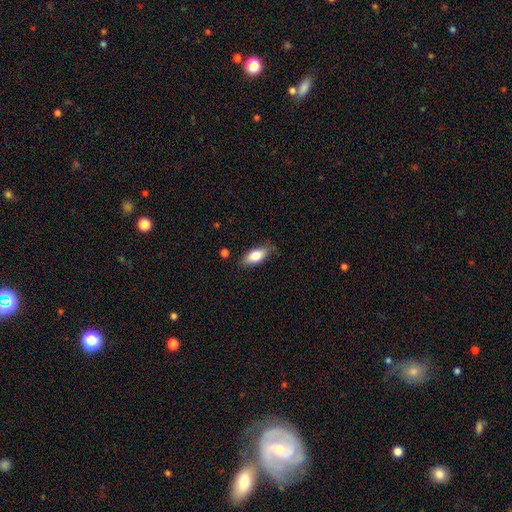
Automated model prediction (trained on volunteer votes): Smooth or featured? Predicted: smooth (p=0.78). How rounded? Predicted: in between (p=0.85). Merging? Predicted: none (p=0.80).